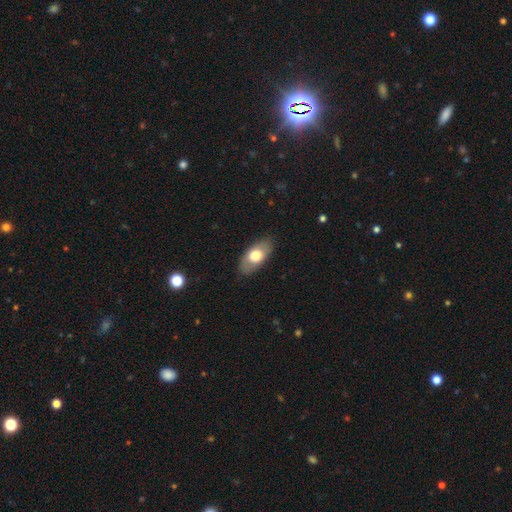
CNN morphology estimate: smooth_or_featured: smooth (p=0.66) [alt: featured or disk p=0.28]
how_rounded: in between (p=0.90) [alt: cigar-shaped p=0.06]
merging: none (p=0.83) [alt: minor disturbance p=0.13]